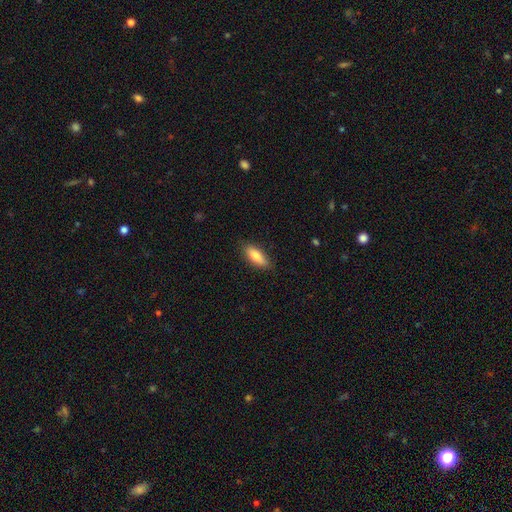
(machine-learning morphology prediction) Smooth or featured: smooth — 81% (featured or disk — 13%)
How rounded: in between — 70% (cigar-shaped — 28%)
Merging: none — 84% (minor disturbance — 13%)